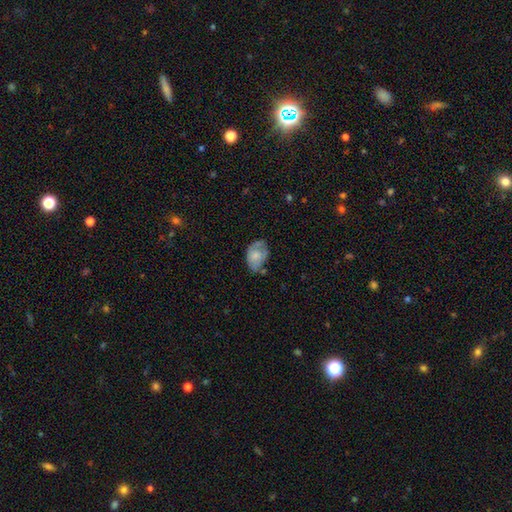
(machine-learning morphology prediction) The model was most divided on "merging": none: 40%, minor disturbance: 37%, major disturbance: 17%, merger: 6%. More confident: how rounded — in between (82%); smooth or featured — smooth (62%).